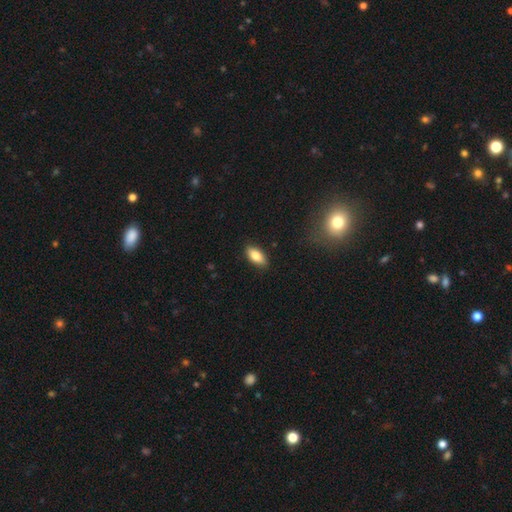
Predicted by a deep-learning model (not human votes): smooth-or-featured: smooth: 82% | featured or disk: 12% | star or artifact: 7%
  how-rounded: in between: 89% | cigar-shaped: 8% | round: 3%
  merging: none: 88% | minor disturbance: 9% | major disturbance: 2% | merger: 1%